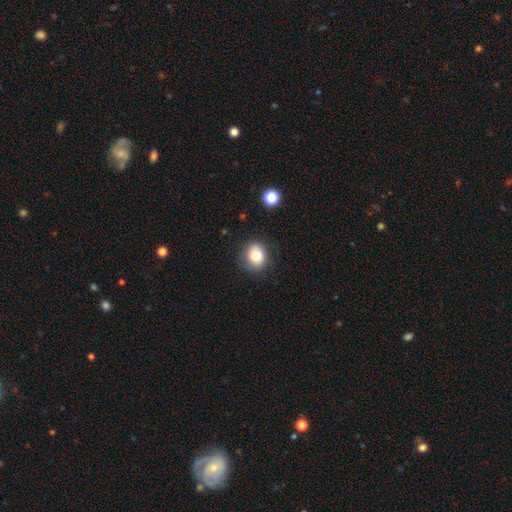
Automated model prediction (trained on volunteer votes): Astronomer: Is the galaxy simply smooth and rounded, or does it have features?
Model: smooth — 82%.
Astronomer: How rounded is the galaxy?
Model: round — 66%.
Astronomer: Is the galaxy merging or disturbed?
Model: none — 79%.